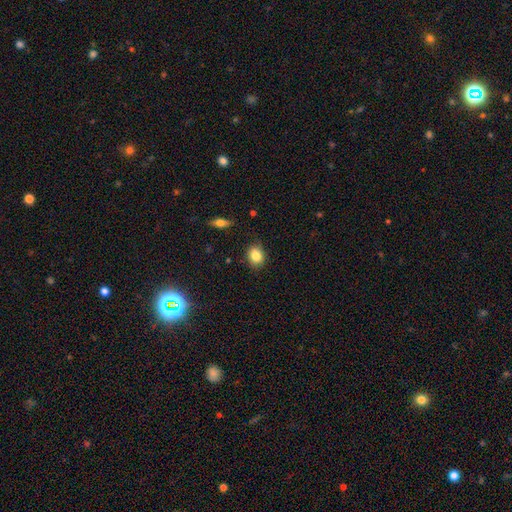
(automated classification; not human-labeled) This appears to be a smooth galaxy with no disk features (83%) that is in between round and cigar-shaped (51%). Merging: none (82%).